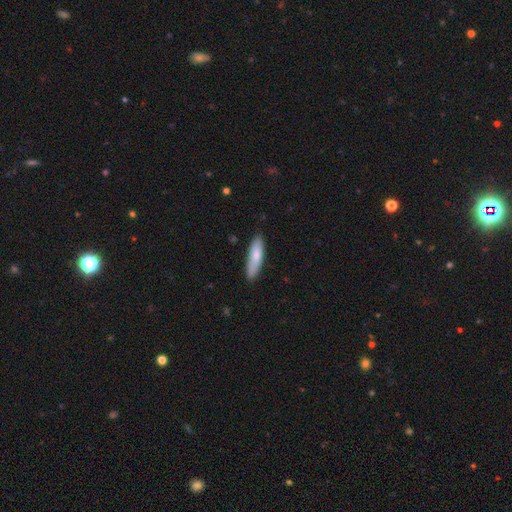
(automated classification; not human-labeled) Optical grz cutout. It shows a smooth galaxy with no disk features (79%) that is cigar-shaped (66%). Merging: none (83%).